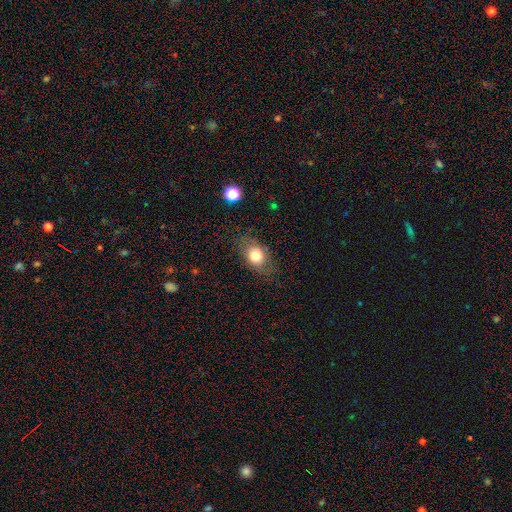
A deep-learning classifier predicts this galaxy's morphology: Smooth or featured?
  - smooth: 75% *
  - featured or disk: 15%
  - star or artifact: 10%
How rounded?
  - in between: 68% *
  - round: 30%
  - cigar-shaped: 2%
Merging?
  - none: 75% *
  - minor disturbance: 17%
  - major disturbance: 6%
  - merger: 1%